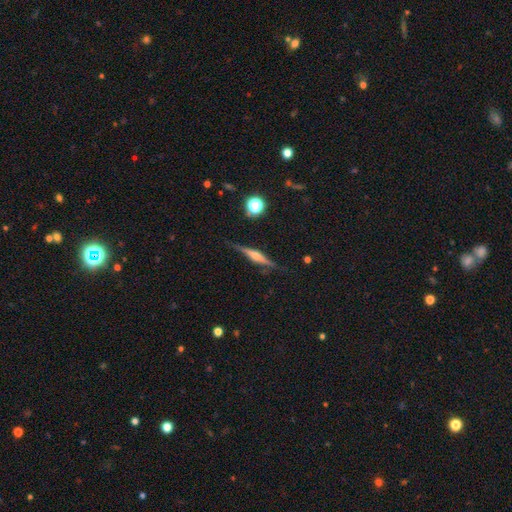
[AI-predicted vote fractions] This is likely a featured or disk galaxy (72%). It is clearly viewed edge-on (97%). Edge-on bulge: likely rounded (80%). Merging: clearly none (84%).